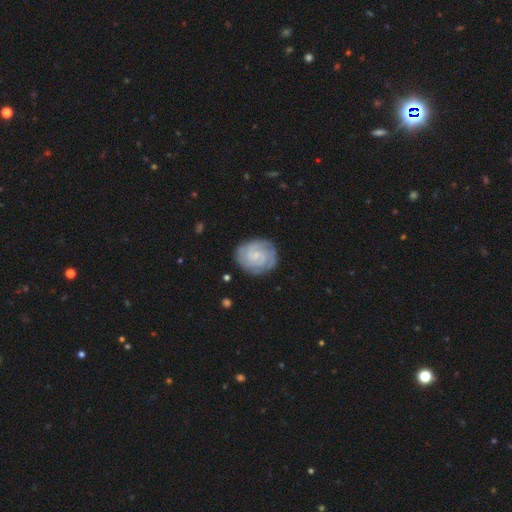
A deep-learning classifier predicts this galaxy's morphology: type=featured or disk (84%); edge-on=no (98%); bar=no (54%); spiral arms=yes (97%); winding=tight (72%); arm count=2 (45%); bulge=small (71%); merging=none (82%).